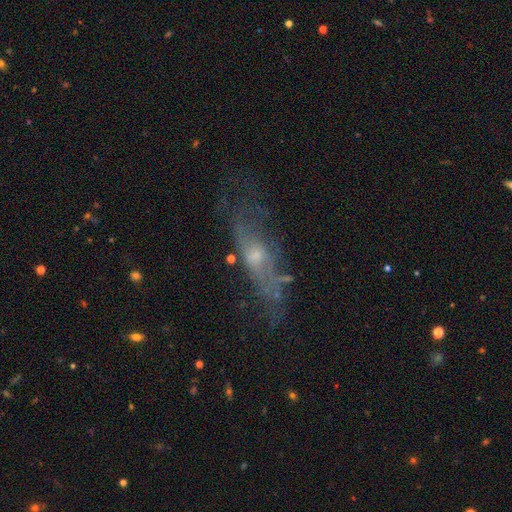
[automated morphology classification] Smooth or featured: featured or disk — 54% (smooth — 30%)
Edge-on disk: no — 62% (yes — 38%)
Merging: none — 61% (minor disturbance — 22%)